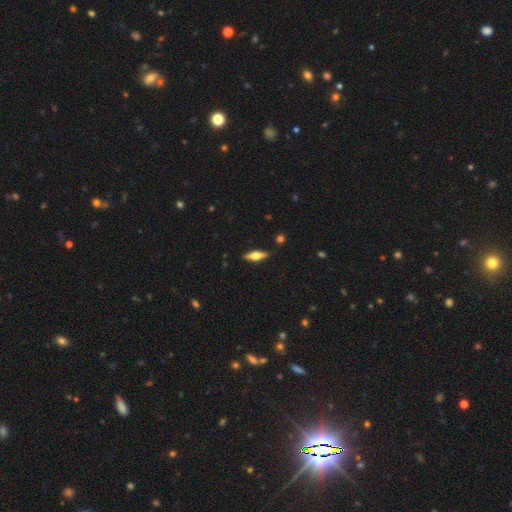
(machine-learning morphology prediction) Smooth or featured? Predicted: smooth (p=0.48). Merging? Predicted: none (p=0.88).